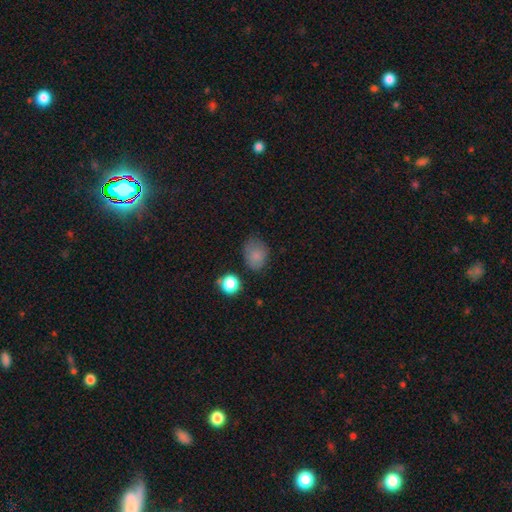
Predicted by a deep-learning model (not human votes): Overall: smooth (81%). How rounded: in between (58%; round 40%). Merging: none (63%; minor disturbance 26%).